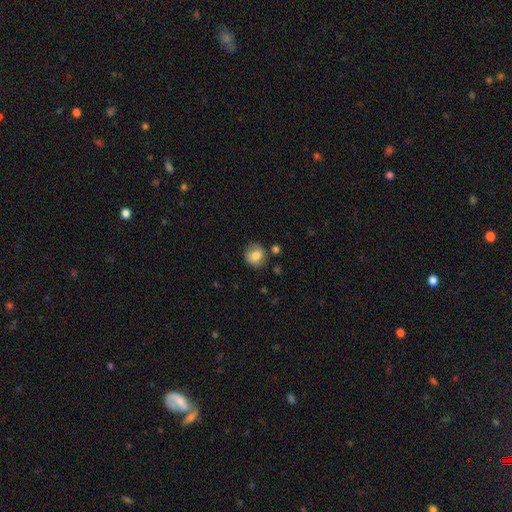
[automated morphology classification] type=smooth (79%); roundness=round (81%); merging=none (74%).